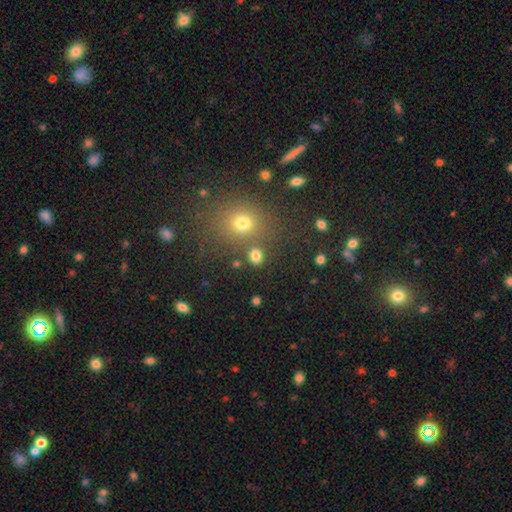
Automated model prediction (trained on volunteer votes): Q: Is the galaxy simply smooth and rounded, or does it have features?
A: smooth — 78%.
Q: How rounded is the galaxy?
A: round — 65%.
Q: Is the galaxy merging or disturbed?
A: none — 77%.